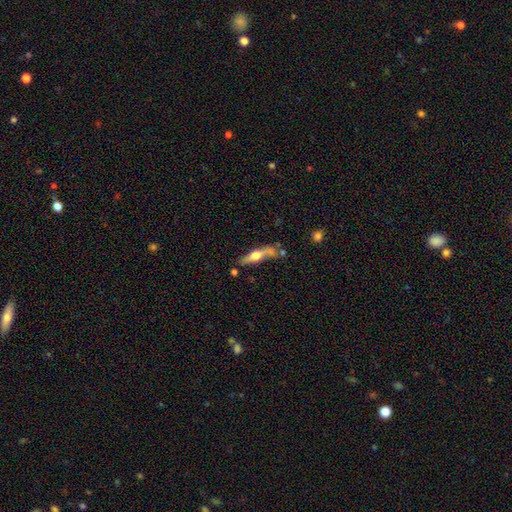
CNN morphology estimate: A featured or disk galaxy (56%) viewed edge-on (89%). Merging: none (56%).